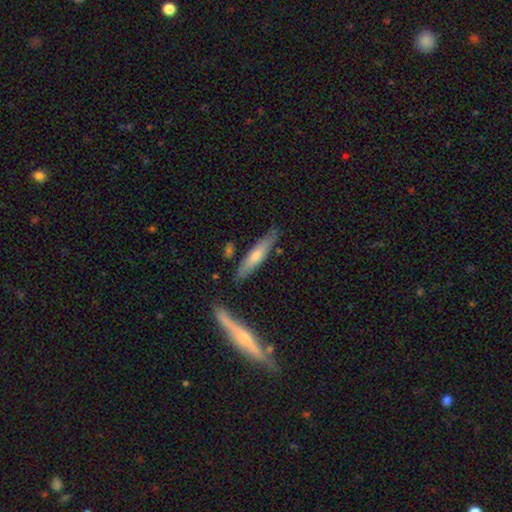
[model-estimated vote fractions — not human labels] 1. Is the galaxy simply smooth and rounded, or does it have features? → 53% smooth, 41% featured or disk, 6% star or artifact.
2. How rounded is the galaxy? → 85% cigar-shaped, 14% in between, 2% round.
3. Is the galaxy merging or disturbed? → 79% none, 13% minor disturbance, 6% merger, 3% major disturbance.